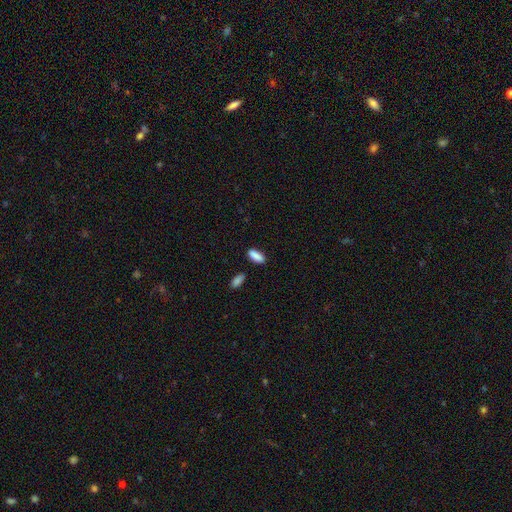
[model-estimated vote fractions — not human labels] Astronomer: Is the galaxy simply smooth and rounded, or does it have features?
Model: smooth — 89%.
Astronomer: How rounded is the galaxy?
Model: in between — 72%.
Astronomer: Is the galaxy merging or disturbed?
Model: none — 82%.